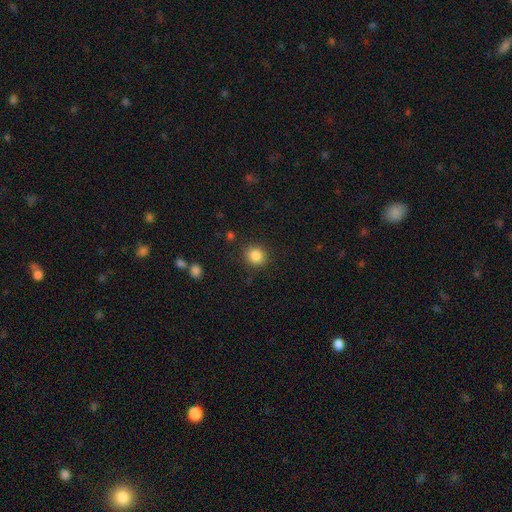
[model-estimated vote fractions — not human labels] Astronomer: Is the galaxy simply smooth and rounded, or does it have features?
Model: smooth — 85%.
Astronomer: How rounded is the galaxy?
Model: round — 84%.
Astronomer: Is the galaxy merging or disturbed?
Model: none — 87%.